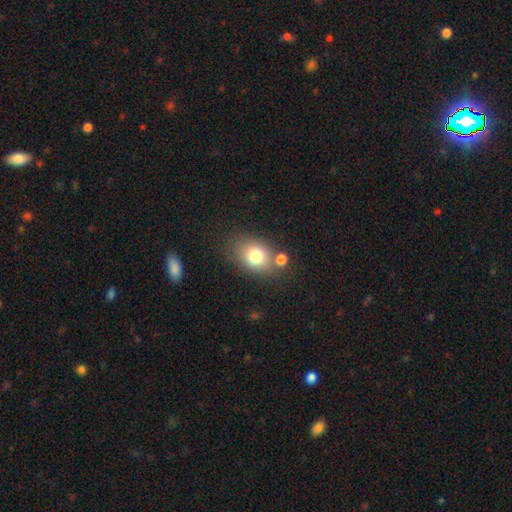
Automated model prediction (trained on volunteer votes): smooth_or_featured: smooth (p=0.78) [alt: featured or disk p=0.12]
how_rounded: in between (p=0.64) [alt: round p=0.35]
merging: none (p=0.65) [alt: merger p=0.16]